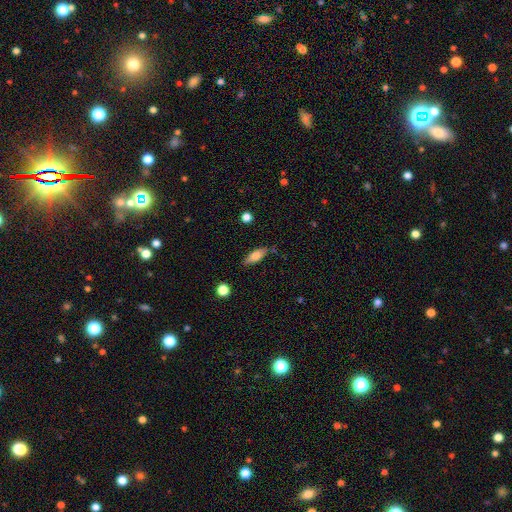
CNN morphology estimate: A smooth galaxy with no disk features (70%) that is in between round and cigar-shaped (65%). Merging: none (79%).